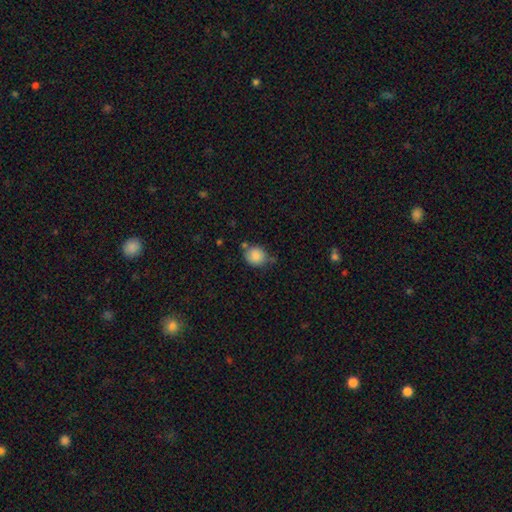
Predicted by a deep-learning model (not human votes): A smooth galaxy with no disk features (86%) that is round (75%). Merging: none (60%).